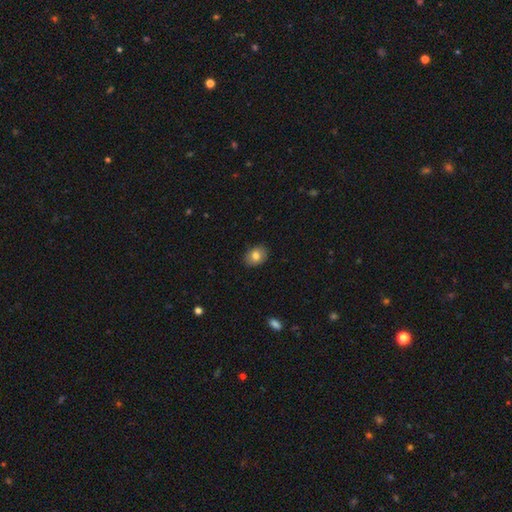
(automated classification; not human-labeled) Smooth or featured? smooth (80%)
How rounded? in between (65%)
Merging? none (88%)